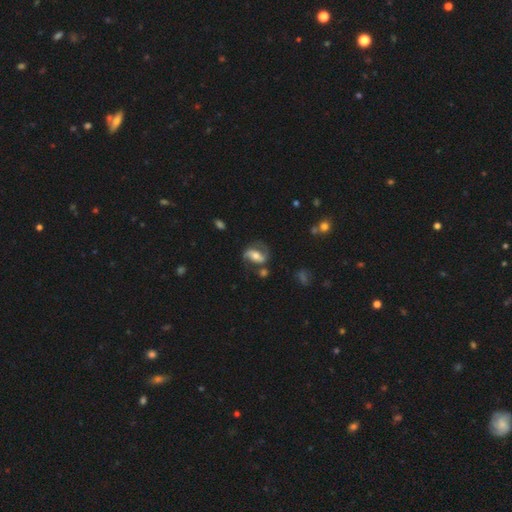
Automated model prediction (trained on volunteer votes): Smooth or featured? featured or disk (76%)
Edge-on disk? no (95%)
Bar? strong (43%)
Spiral arms? yes (90%)
Spiral winding? medium (43%)
Spiral arm count? 2 (88%)
Bulge size? moderate (63%)
Merging? none (65%)